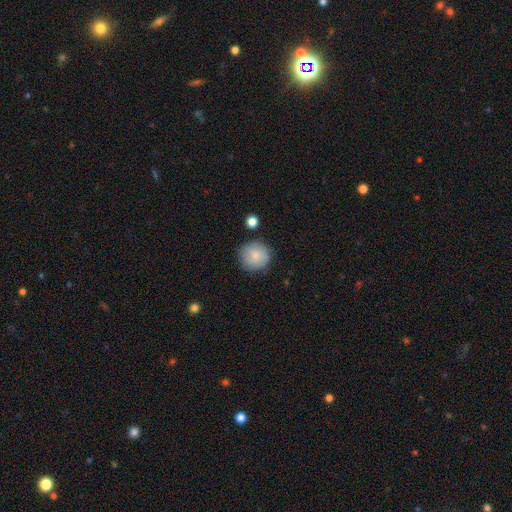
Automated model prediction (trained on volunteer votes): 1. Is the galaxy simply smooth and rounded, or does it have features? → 82% smooth, 10% featured or disk, 7% star or artifact.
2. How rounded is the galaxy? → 93% round, 6% in between, 1% cigar-shaped.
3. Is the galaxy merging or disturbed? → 82% none, 12% minor disturbance, 3% merger, 3% major disturbance.